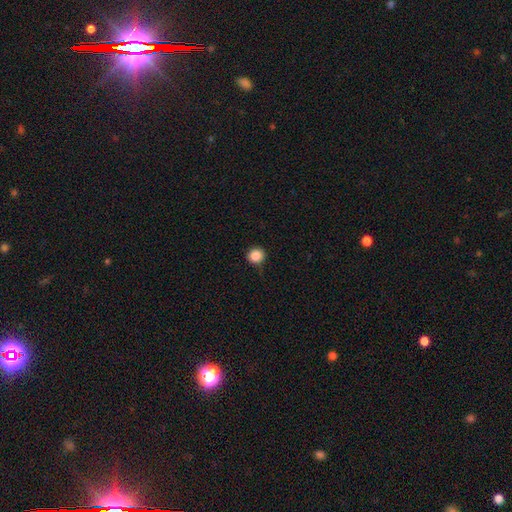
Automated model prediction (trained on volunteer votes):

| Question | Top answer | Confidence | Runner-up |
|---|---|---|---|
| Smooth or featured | smooth | 87% | star or artifact (10%) |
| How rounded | round | 93% | in between (6%) |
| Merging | none | 87% | minor disturbance (9%) |